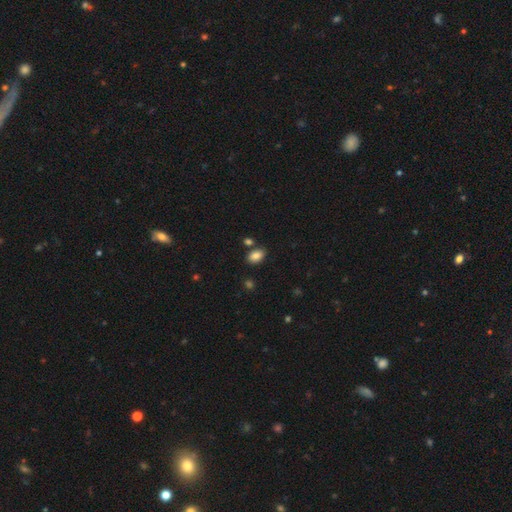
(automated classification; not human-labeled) The model was most divided on "merging": none: 78%, minor disturbance: 11%, merger: 9%, major disturbance: 3%. More confident: smooth or featured — smooth (85%); how rounded — in between (85%).